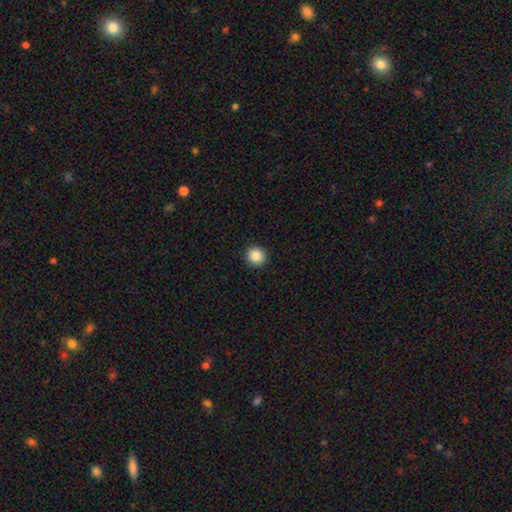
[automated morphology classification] Smooth or featured? smooth (87%)
How rounded? round (92%)
Merging? none (93%)